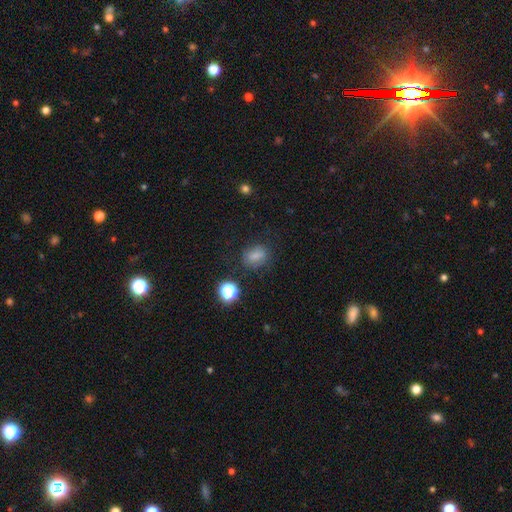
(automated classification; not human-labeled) smooth_or_featured: smooth (p=0.75) [alt: star or artifact p=0.16]
how_rounded: in between (p=0.55) [alt: round p=0.43]
merging: none (p=0.74) [alt: minor disturbance p=0.17]